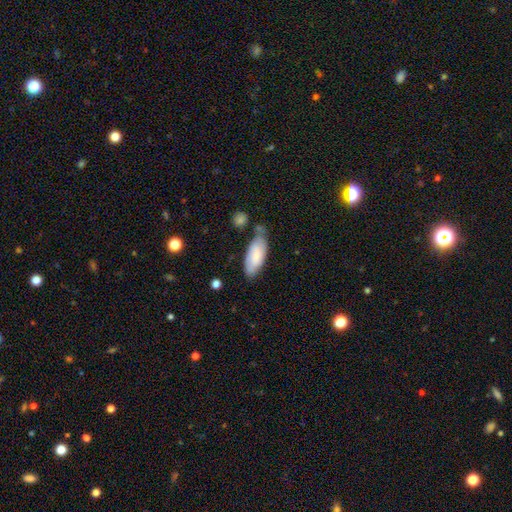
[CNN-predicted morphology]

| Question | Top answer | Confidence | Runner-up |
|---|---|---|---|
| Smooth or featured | smooth | 76% | featured or disk (19%) |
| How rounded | in between | 81% | cigar-shaped (18%) |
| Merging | none | 55% | minor disturbance (27%) |